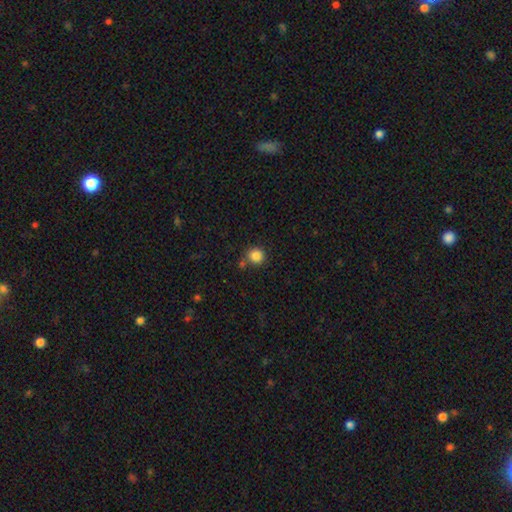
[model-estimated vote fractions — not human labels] smooth 85%, star or artifact 11%, featured or disk 4%. Down the decision tree: how rounded — round (91%); merging — none (75%).